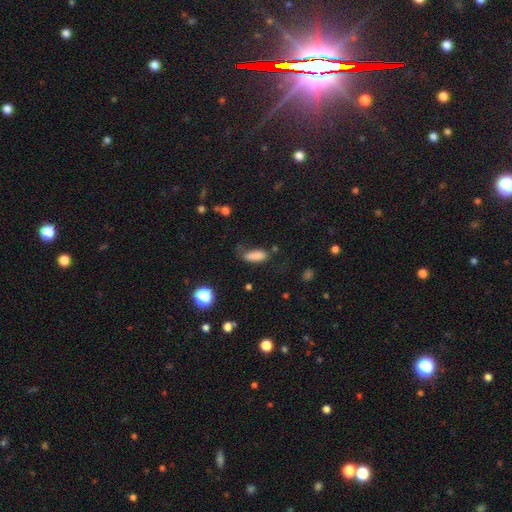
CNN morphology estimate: A smooth galaxy with no disk features (81%) that is in between round and cigar-shaped (71%). Merging: none (50%).